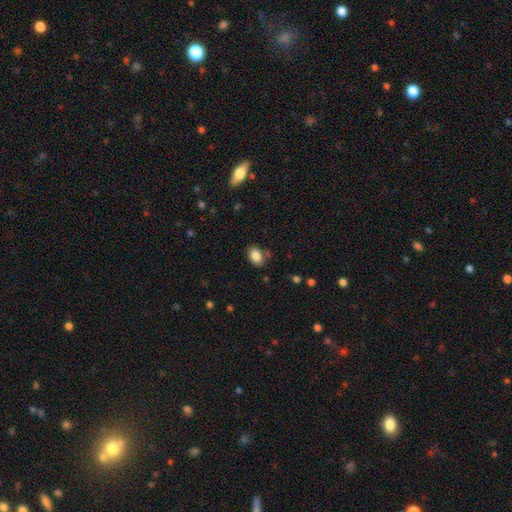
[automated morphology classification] Smooth or featured?
  - smooth: 85% *
  - star or artifact: 9%
  - featured or disk: 7%
How rounded?
  - in between: 79% *
  - round: 20%
  - cigar-shaped: 1%
Merging?
  - none: 77% *
  - minor disturbance: 15%
  - merger: 5%
  - major disturbance: 4%